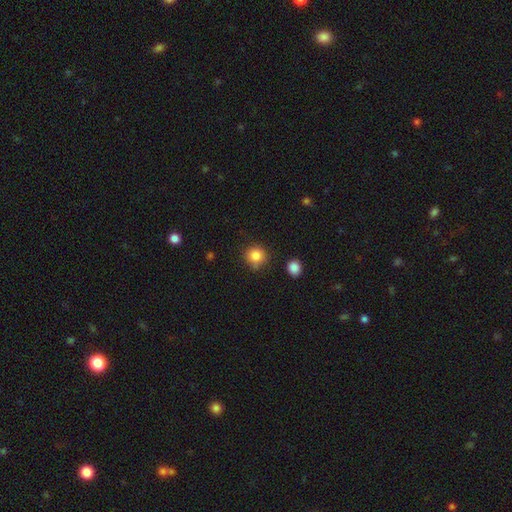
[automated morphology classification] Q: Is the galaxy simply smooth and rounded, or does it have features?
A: smooth — 84%.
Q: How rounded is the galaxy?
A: round — 91%.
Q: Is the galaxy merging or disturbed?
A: none — 79%.